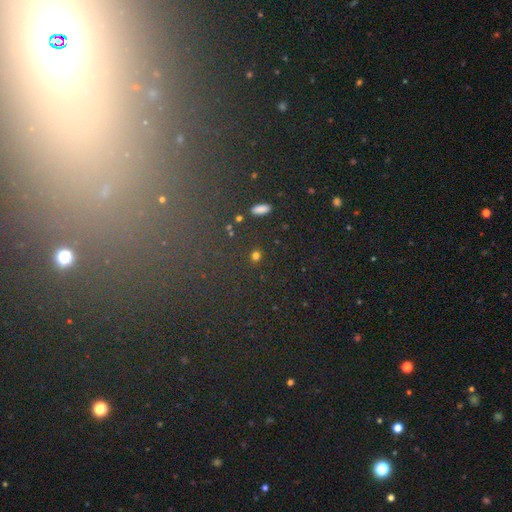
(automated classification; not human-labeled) Overall: smooth (75%). How rounded: round (65%; in between 31%). Merging: none (88%).